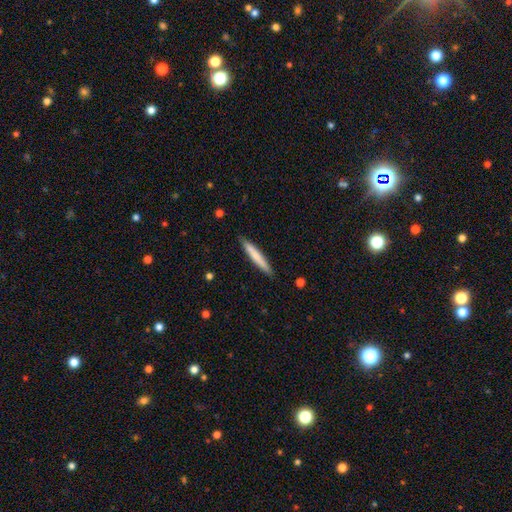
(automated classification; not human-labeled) smooth_or_featured: smooth (p=0.71) [alt: featured or disk p=0.23]
how_rounded: cigar-shaped (p=0.95) [alt: in between p=0.04]
merging: none (p=0.89) [alt: minor disturbance p=0.08]